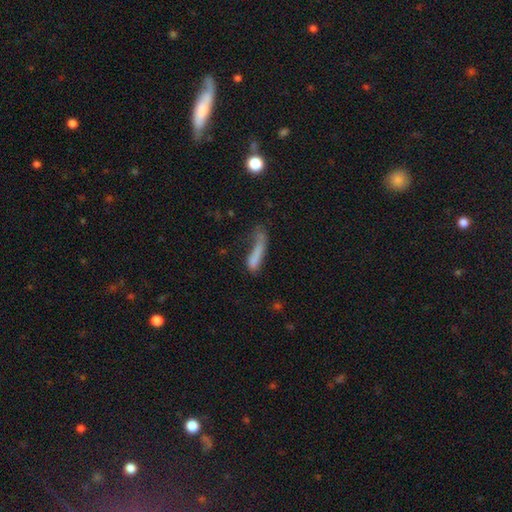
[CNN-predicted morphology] smooth_or_featured: smooth (p=0.71) [alt: featured or disk p=0.18]
how_rounded: cigar-shaped (p=0.75) [alt: in between p=0.21]
merging: major disturbance (p=0.36) [alt: none p=0.30]